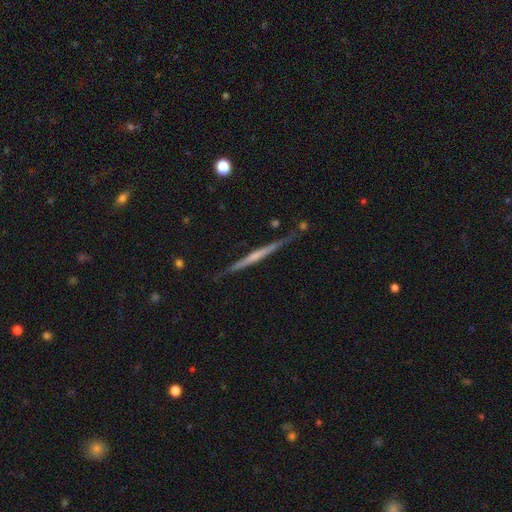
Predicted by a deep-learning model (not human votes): Q: Smooth or featured?
A: featured or disk (68%); runner-up: smooth (26%)
Q: Edge-on disk?
A: yes (97%); runner-up: no (3%)
Q: Edge-on bulge?
A: none (61%); runner-up: rounded (28%)
Q: Merging?
A: none (83%); runner-up: minor disturbance (12%)